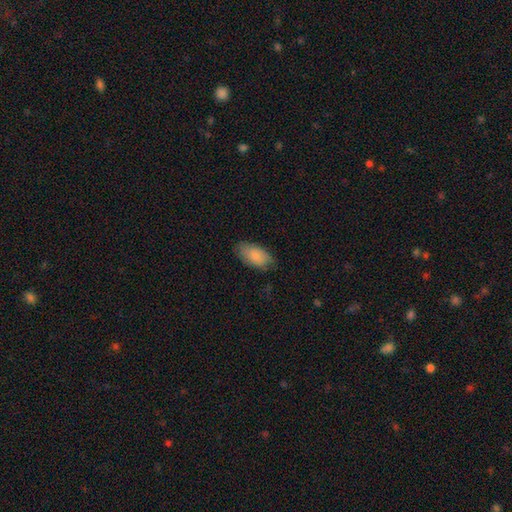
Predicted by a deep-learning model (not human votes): Smooth or featured? Predicted: smooth (p=0.86). How rounded? Predicted: in between (p=0.94). Merging? Predicted: none (p=0.74).